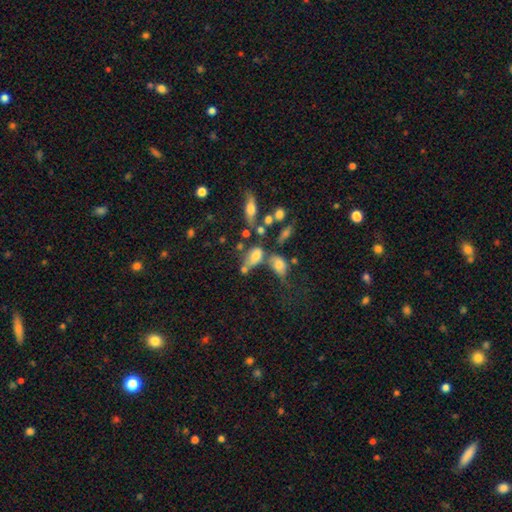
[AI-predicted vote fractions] Q: Smooth or featured?
A: smooth (68%); runner-up: featured or disk (19%)
Q: How rounded?
A: in between (84%); runner-up: round (11%)
Q: Merging?
A: merger (40%); runner-up: none (30%)